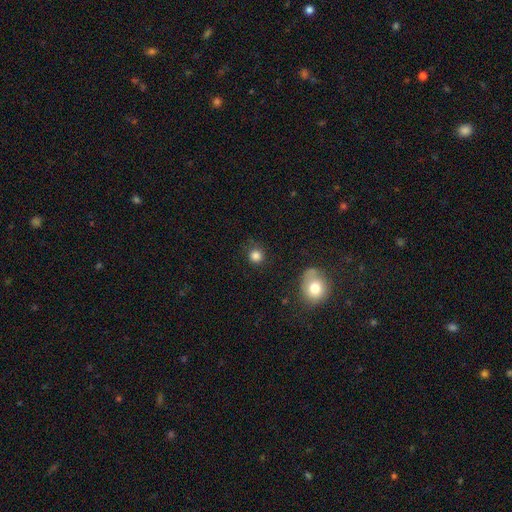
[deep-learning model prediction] Smooth or featured?
  - smooth: 83% *
  - star or artifact: 12%
  - featured or disk: 5%
How rounded?
  - round: 91% *
  - in between: 8%
  - cigar-shaped: 1%
Merging?
  - none: 81% *
  - minor disturbance: 12%
  - major disturbance: 4%
  - merger: 2%